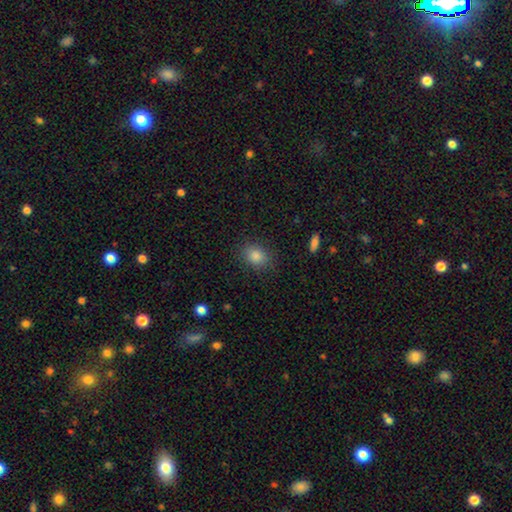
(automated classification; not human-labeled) Smooth or featured? smooth (84%)
How rounded? in between (57%)
Merging? none (85%)